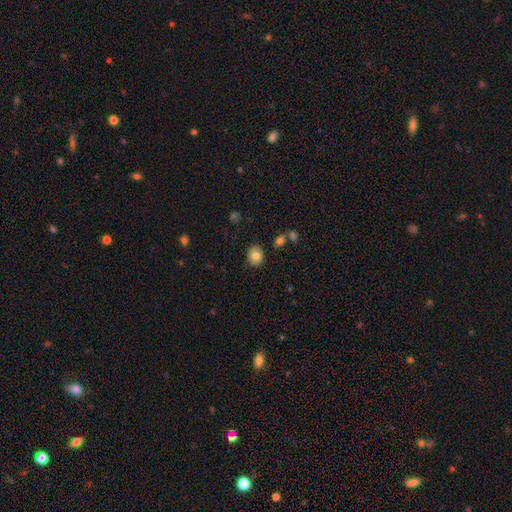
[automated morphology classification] Overall: smooth (81%). How rounded: round (62%; in between 37%). Merging: none (83%).